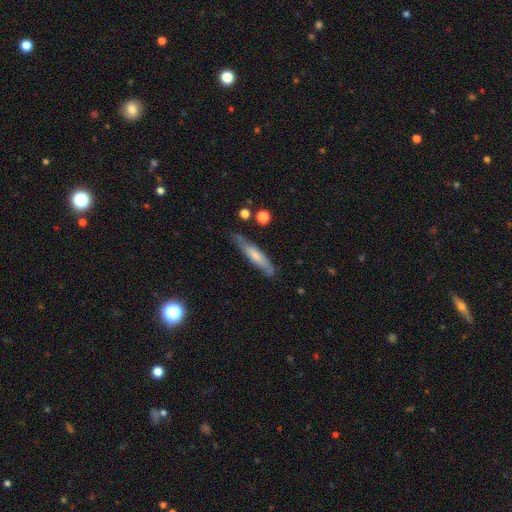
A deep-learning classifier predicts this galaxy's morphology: Overall: smooth (59%; featured or disk 34%). How rounded: cigar-shaped (86%). Merging: none (70%).